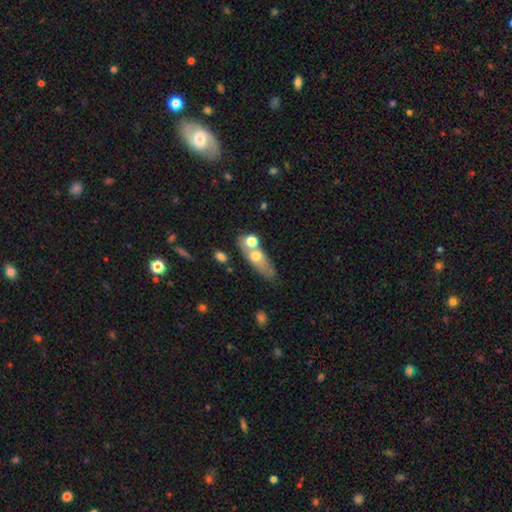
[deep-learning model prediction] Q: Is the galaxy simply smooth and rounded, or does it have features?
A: smooth — 59%.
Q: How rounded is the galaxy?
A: in between — 56%.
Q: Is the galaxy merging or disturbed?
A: none — 42%.